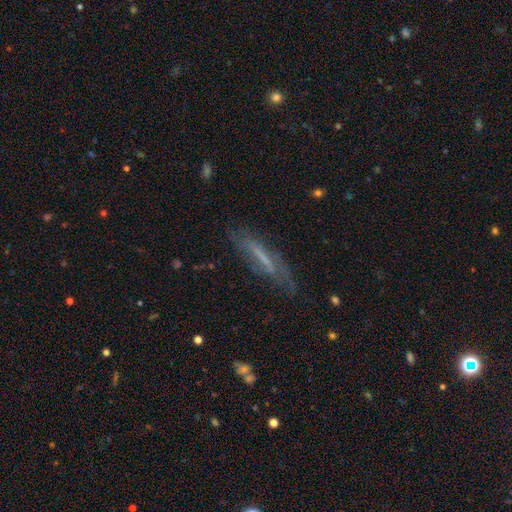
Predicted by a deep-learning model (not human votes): A featured or disk galaxy (51%) viewed edge-on (61%). Merging: none (70%).